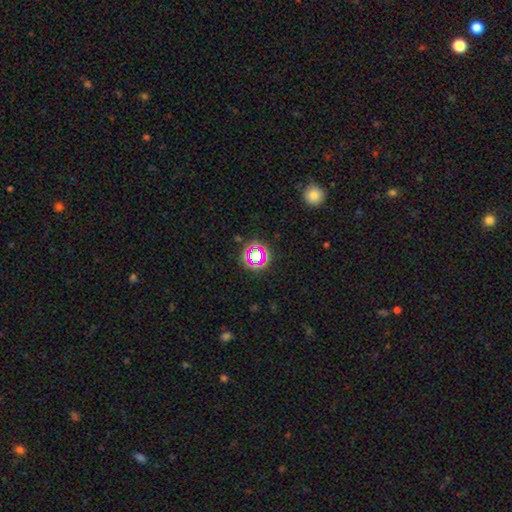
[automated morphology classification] type=star or artifact (56%).